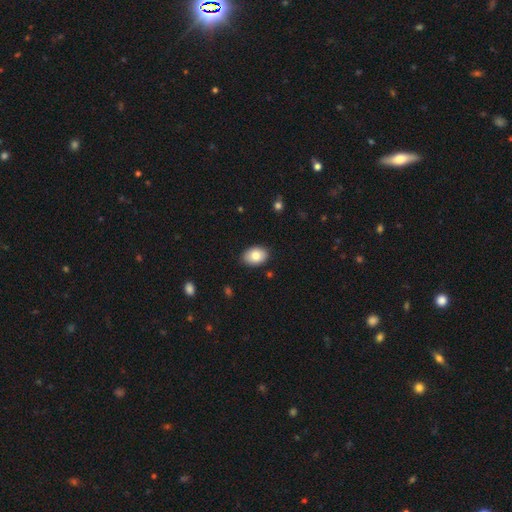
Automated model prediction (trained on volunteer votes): Smooth or featured: smooth — 82% (featured or disk — 11%)
How rounded: in between — 81% (round — 18%)
Merging: none — 87% (minor disturbance — 10%)